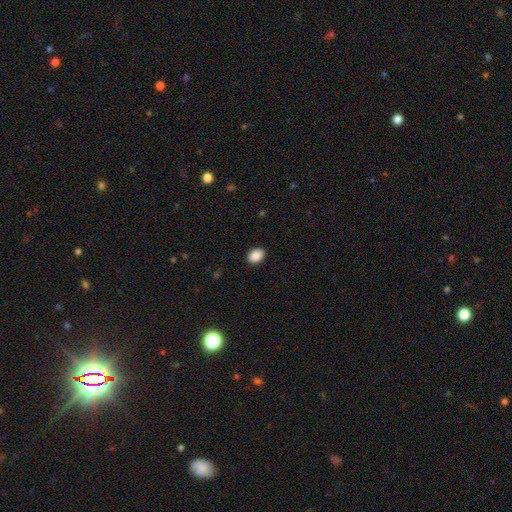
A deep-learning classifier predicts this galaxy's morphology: The model was most divided on "how rounded": in between: 78%, round: 21%, cigar-shaped: 1%. More confident: merging — none (90%); smooth or featured — smooth (90%).